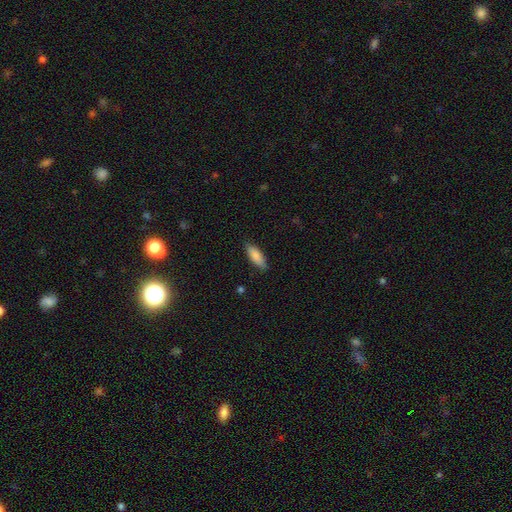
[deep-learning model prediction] Smooth or featured: smooth — 87% (featured or disk — 7%)
How rounded: in between — 68% (cigar-shaped — 30%)
Merging: none — 85% (minor disturbance — 12%)